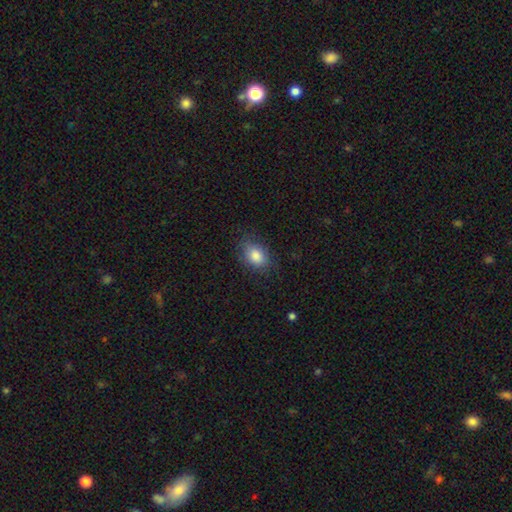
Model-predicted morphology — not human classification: Smooth or featured?
  - smooth: 84% *
  - featured or disk: 9%
  - star or artifact: 8%
How rounded?
  - in between: 83% *
  - round: 15%
  - cigar-shaped: 1%
Merging?
  - none: 77% *
  - minor disturbance: 16%
  - major disturbance: 5%
  - merger: 1%